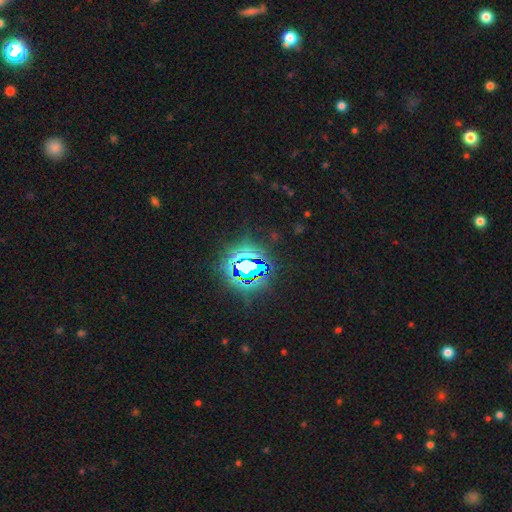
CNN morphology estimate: Overall: star or artifact (83%).